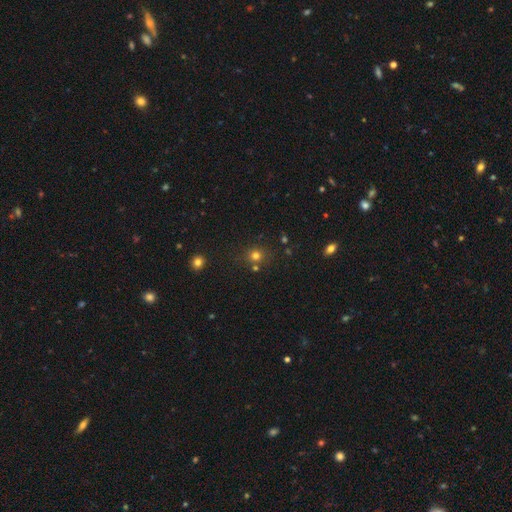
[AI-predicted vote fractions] Smooth or featured: smooth — 73% (star or artifact — 20%)
How rounded: round — 85% (in between — 14%)
Merging: none — 74% (merger — 13%)